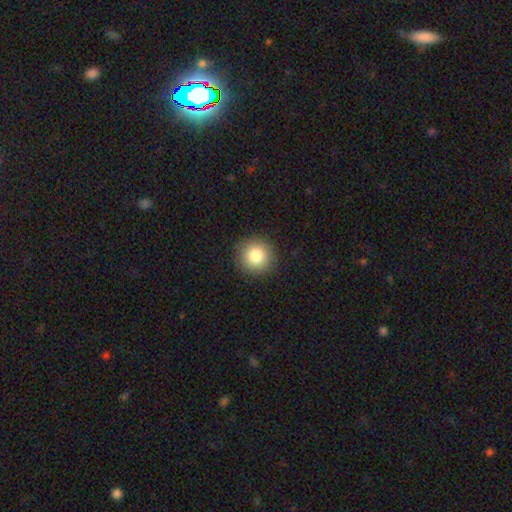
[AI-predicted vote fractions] smooth 84%, star or artifact 10%, featured or disk 7%. Down the decision tree: how rounded — round (95%); merging — none (91%).